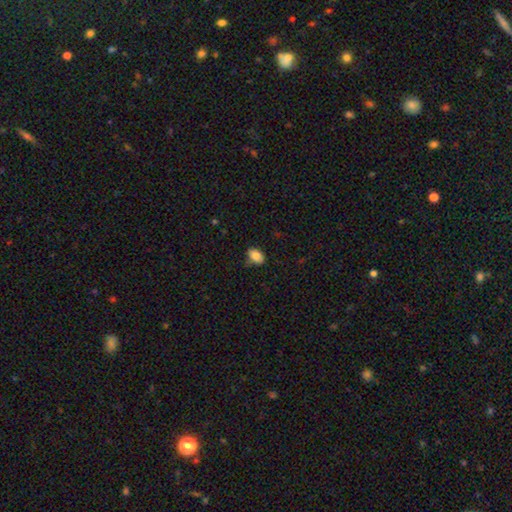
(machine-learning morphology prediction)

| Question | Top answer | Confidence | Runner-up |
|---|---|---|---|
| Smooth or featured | smooth | 84% | star or artifact (8%) |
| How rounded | in between | 83% | round (16%) |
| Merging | none | 70% | minor disturbance (23%) |